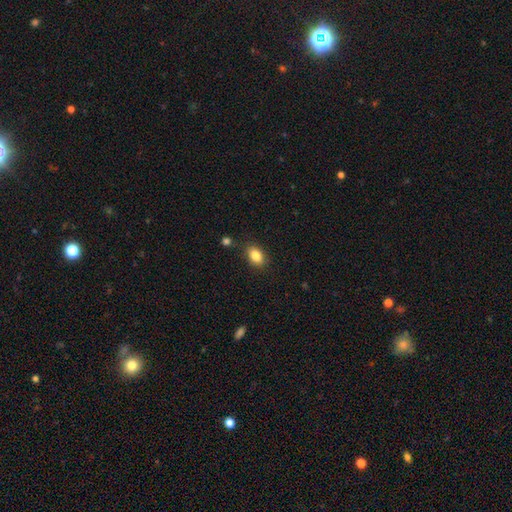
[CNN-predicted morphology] smooth_or_featured: smooth (p=0.86) [alt: star or artifact p=0.09]
how_rounded: in between (p=0.82) [alt: round p=0.16]
merging: none (p=0.82) [alt: minor disturbance p=0.12]